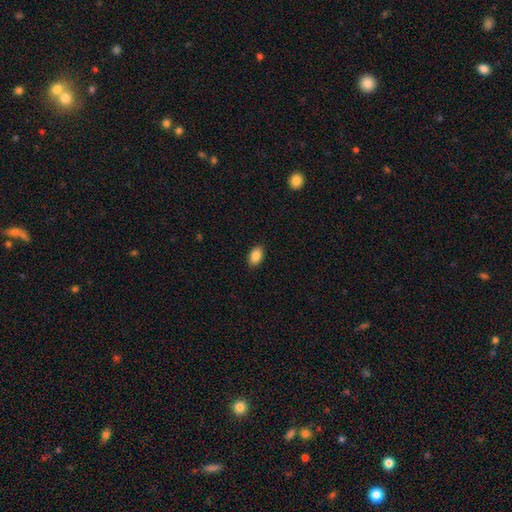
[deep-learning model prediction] Smooth or featured?
  - smooth: 87% *
  - star or artifact: 8%
  - featured or disk: 5%
How rounded?
  - in between: 90% *
  - round: 8%
  - cigar-shaped: 1%
Merging?
  - none: 89% *
  - minor disturbance: 8%
  - major disturbance: 2%
  - merger: 1%